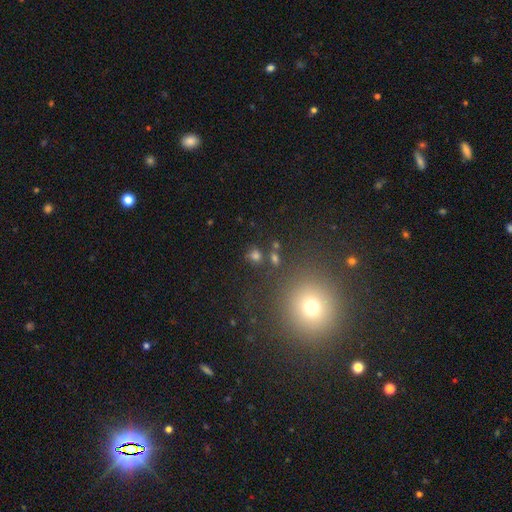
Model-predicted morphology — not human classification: This is likely a smooth galaxy (72%). How rounded: likely round (73%). Merging: likely none (72%).